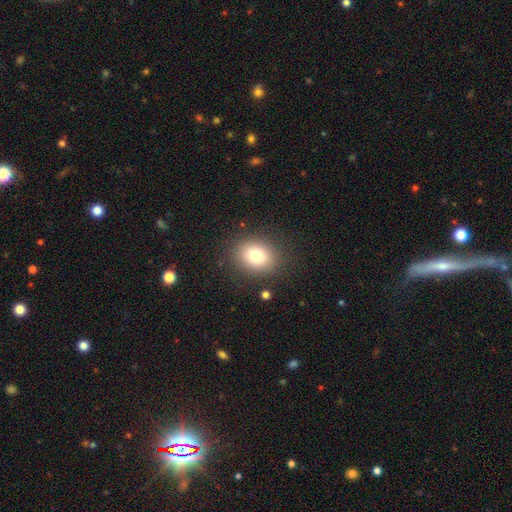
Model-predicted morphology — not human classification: Overall: smooth (78%). How rounded: round (52%; in between 47%). Merging: none (85%).